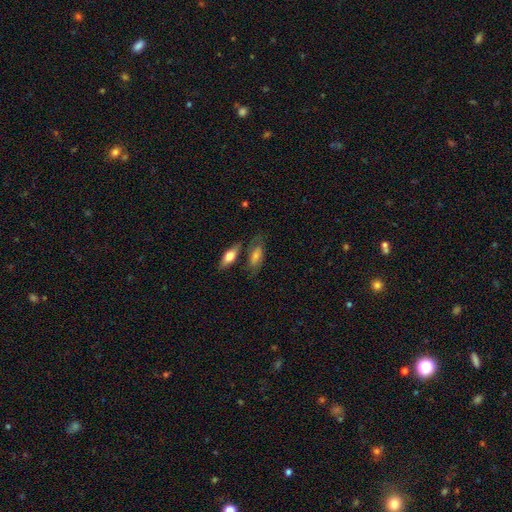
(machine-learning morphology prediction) This is possibly a smooth galaxy (53%). How rounded: likely in between (75%). Merging: likely none (62%).